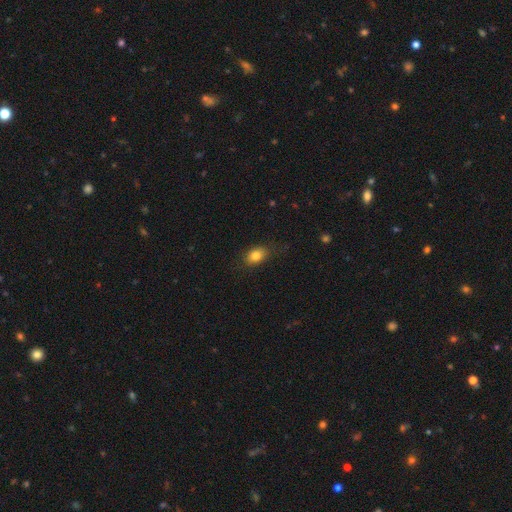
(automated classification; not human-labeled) Smooth or featured?
  - smooth: 82% *
  - star or artifact: 9%
  - featured or disk: 9%
How rounded?
  - in between: 77% *
  - round: 22%
  - cigar-shaped: 2%
Merging?
  - none: 81% *
  - minor disturbance: 14%
  - major disturbance: 4%
  - merger: 1%